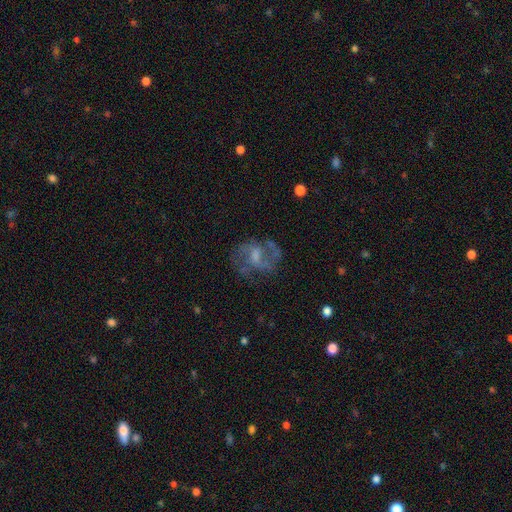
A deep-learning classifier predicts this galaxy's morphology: Smooth or featured: featured or disk — 72% (smooth — 17%)
Edge-on disk: no — 97% (yes — 3%)
Bar: weak — 49% (no — 39%)
Spiral arms: yes — 81% (no — 19%)
Spiral winding: medium — 48% (loose — 36%)
Spiral arm count: 2 — 60% (can't tell — 19%)
Bulge size: small — 36% (tied with moderate — 36%)
Merging: none — 61% (major disturbance — 18%)